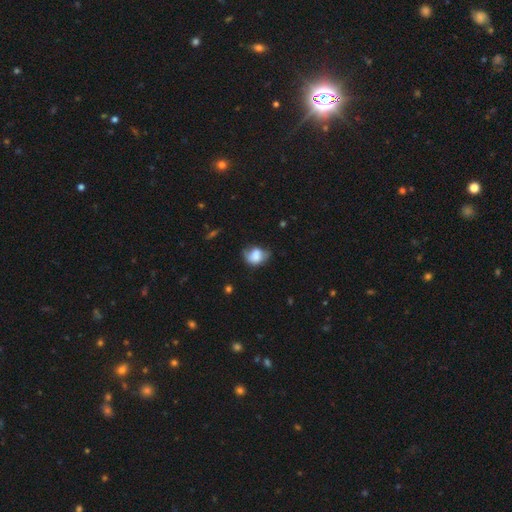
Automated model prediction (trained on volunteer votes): A smooth galaxy with no disk features (73%) that is in between round and cigar-shaped (56%). Merging: minor disturbance (38%).